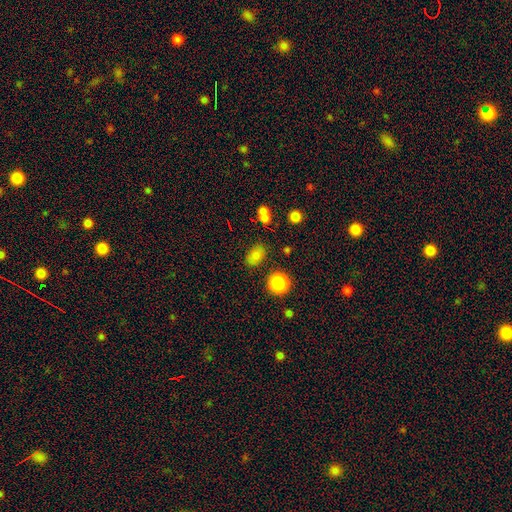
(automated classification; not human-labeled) Smooth or featured?
  - smooth: 76% *
  - star or artifact: 15%
  - featured or disk: 9%
How rounded?
  - in between: 74% *
  - round: 25%
  - cigar-shaped: 2%
Merging?
  - none: 79% *
  - minor disturbance: 12%
  - merger: 5%
  - major disturbance: 4%